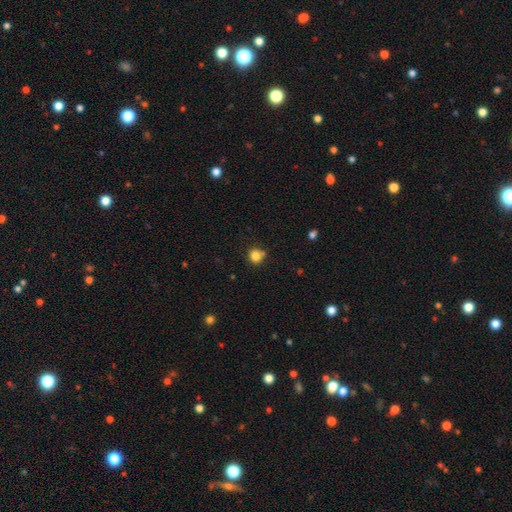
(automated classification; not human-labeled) The model was most divided on "merging": none: 76%, minor disturbance: 13%, merger: 7%, major disturbance: 3%. More confident: how rounded — round (91%); smooth or featured — smooth (83%).